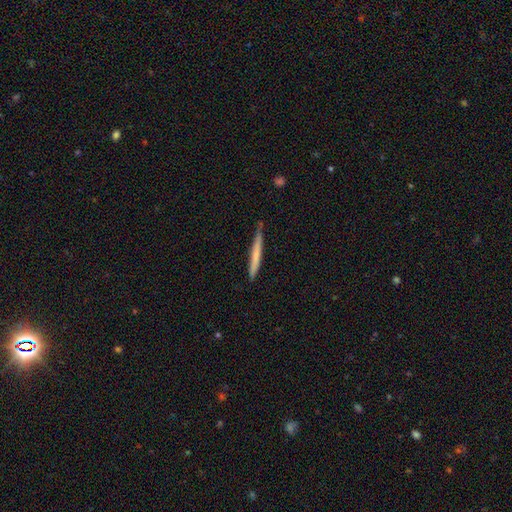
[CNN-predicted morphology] smooth 63%, featured or disk 32%, star or artifact 6%. Down the decision tree: how rounded — cigar-shaped (97%); merging — none (80%).